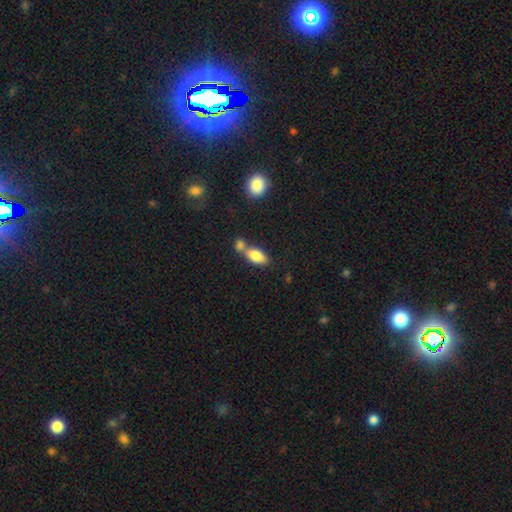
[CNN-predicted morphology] The model was most divided on "merging": merger: 44%, none: 41%, minor disturbance: 11%, major disturbance: 4%. More confident: how rounded — in between (86%); smooth or featured — smooth (80%).